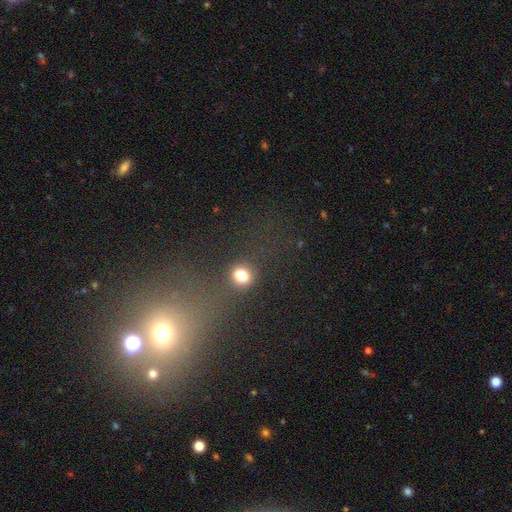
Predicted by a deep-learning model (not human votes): Smooth or featured? Predicted: star or artifact (p=0.53).